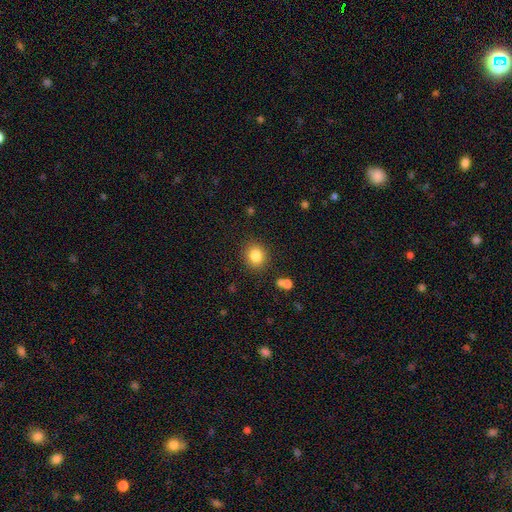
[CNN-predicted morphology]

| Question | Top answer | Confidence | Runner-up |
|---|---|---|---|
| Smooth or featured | smooth | 84% | star or artifact (10%) |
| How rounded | round | 77% | in between (22%) |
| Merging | none | 87% | minor disturbance (8%) |